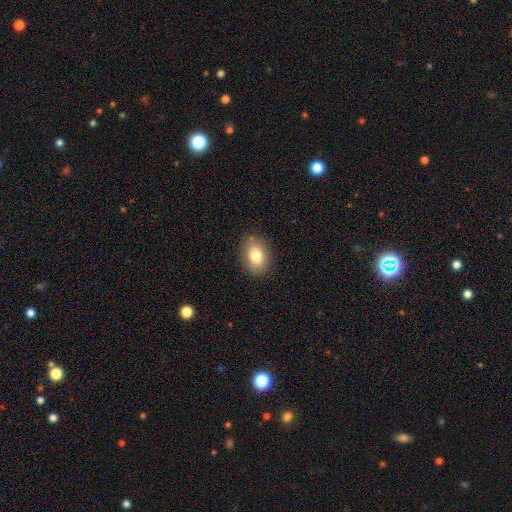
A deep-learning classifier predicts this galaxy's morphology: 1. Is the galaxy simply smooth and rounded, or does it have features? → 80% smooth, 11% featured or disk, 9% star or artifact.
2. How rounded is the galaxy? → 75% in between, 24% round, 1% cigar-shaped.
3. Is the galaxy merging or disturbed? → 85% none, 11% minor disturbance, 3% major disturbance, 1% merger.